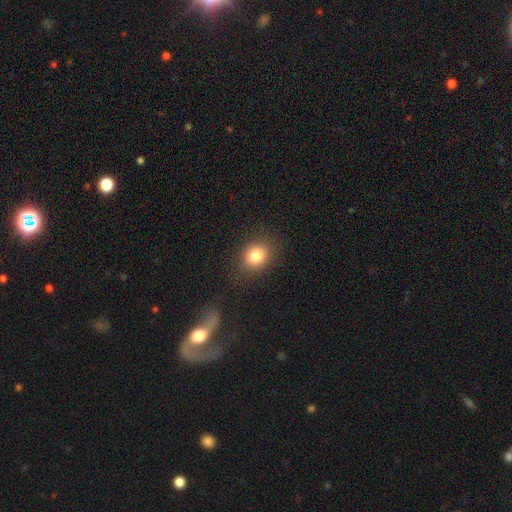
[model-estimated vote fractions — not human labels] smooth 81%, star or artifact 11%, featured or disk 8%. Down the decision tree: how rounded — round (58%); merging — none (83%).